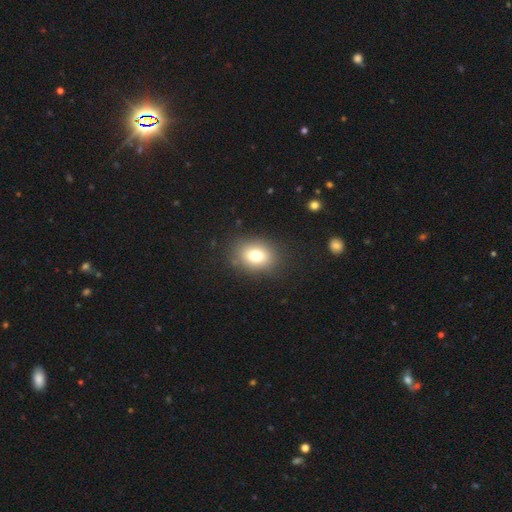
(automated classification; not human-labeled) A smooth galaxy with no disk features (75%) that is in between round and cigar-shaped (55%).

Vote fractions:
- Smooth or featured? smooth: 75% / featured or disk: 13% / star or artifact: 12%
- How rounded? in between: 55% / round: 44% / cigar-shaped: 1%
- Merging? none: 85% / minor disturbance: 9% / major disturbance: 4% / merger: 1%